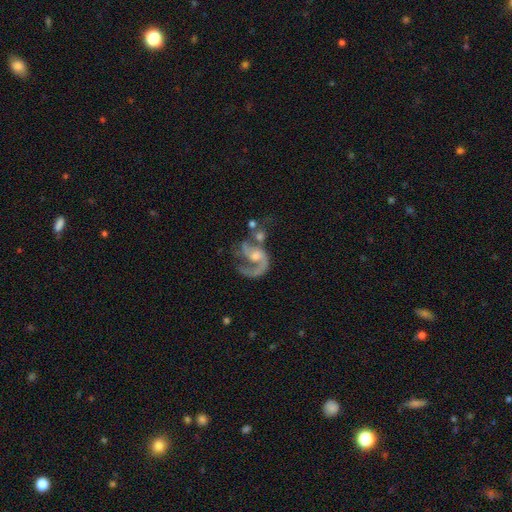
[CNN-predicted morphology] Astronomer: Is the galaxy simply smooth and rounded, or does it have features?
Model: featured or disk — 85%.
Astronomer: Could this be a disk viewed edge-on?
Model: no — 98%.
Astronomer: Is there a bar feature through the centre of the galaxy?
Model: no — 55% (runner-up: weak, 36%).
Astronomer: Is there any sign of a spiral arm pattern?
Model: yes — 93%.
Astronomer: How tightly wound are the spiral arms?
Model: loose — 44% (runner-up: medium, 43%).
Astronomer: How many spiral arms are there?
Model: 1 — 45%, tied with 2 at 45%.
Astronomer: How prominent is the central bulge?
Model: moderate — 49% (runner-up: small, 34%).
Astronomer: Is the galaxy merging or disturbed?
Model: major disturbance — 31%, tied with none at 31%.